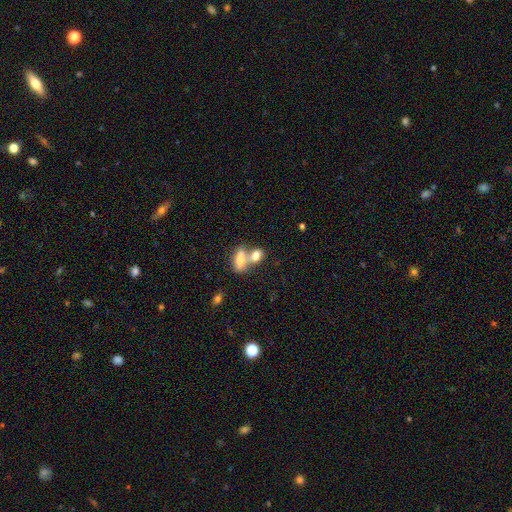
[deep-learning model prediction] A smooth galaxy with no disk features (75%) that is in between round and cigar-shaped (74%). Merging: merger (60%).